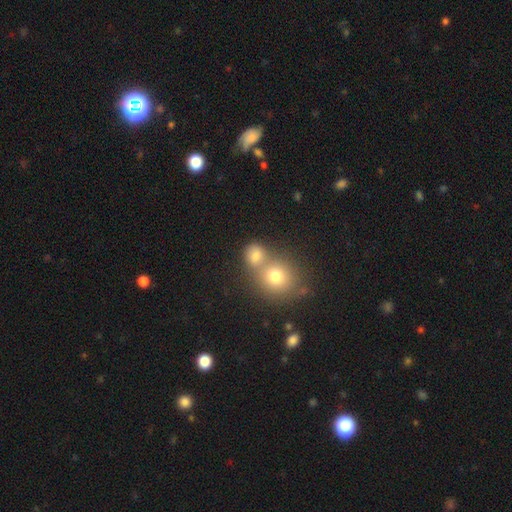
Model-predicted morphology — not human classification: A smooth galaxy with no disk features (76%) that is round (68%).

Vote fractions:
- Smooth or featured? smooth: 76% / star or artifact: 13% / featured or disk: 10%
- How rounded? round: 68% / in between: 31% / cigar-shaped: 1%
- Merging? merger: 51% / none: 38% / minor disturbance: 8% / major disturbance: 4%